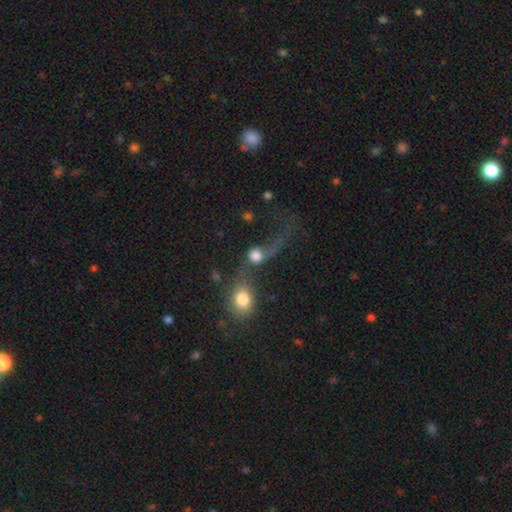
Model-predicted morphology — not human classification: smooth 67%, featured or disk 21%, star or artifact 13%. Down the decision tree: how rounded — round (75%); merging — merger (46%).